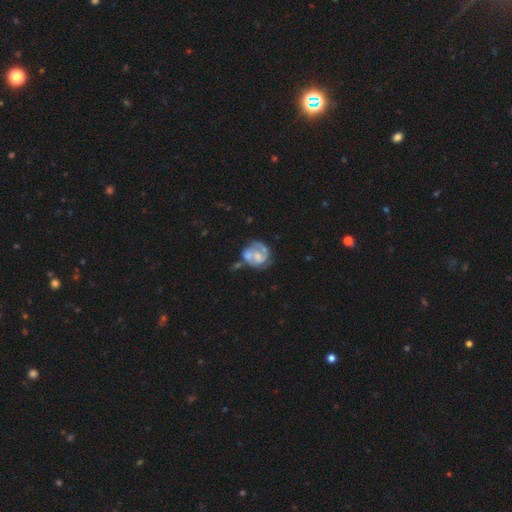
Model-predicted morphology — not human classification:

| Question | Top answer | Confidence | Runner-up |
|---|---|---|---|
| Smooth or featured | featured or disk | 70% | smooth (24%) |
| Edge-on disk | no | 98% | yes (2%) |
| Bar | no | 63% | weak (30%) |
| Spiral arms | yes | 71% | no (29%) |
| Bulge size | small | 37% | moderate (36%) |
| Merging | none | 42% | minor disturbance (22%) |